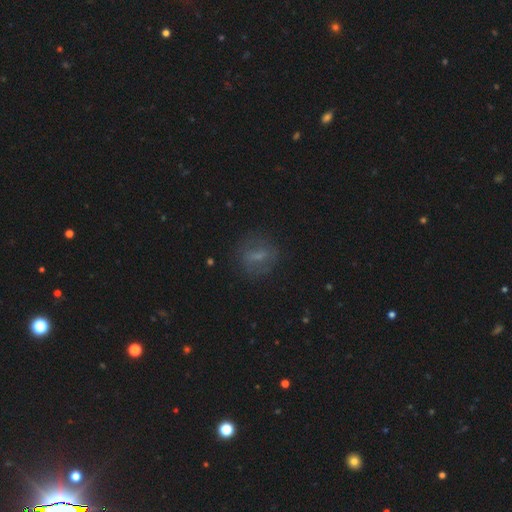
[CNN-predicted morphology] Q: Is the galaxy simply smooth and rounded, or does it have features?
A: smooth — 48%.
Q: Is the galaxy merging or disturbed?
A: none — 81%.